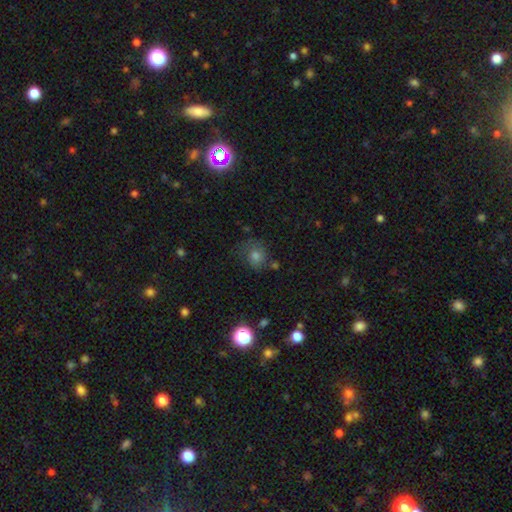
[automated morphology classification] Q: Smooth or featured?
A: smooth (65%); runner-up: star or artifact (23%)
Q: How rounded?
A: round (81%); runner-up: in between (18%)
Q: Merging?
A: none (67%); runner-up: minor disturbance (20%)